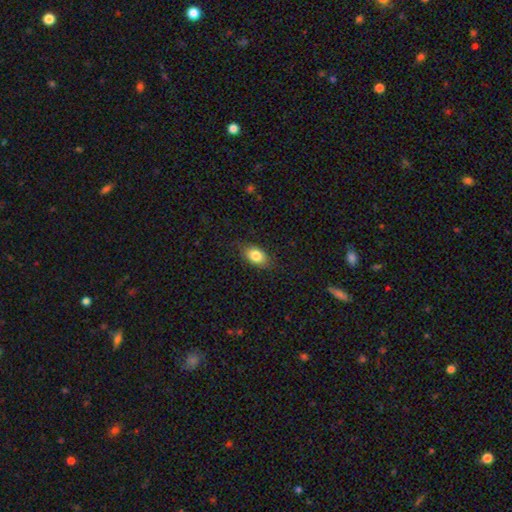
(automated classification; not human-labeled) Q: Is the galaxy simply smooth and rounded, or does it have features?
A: smooth — 83%.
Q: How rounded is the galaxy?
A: in between — 86%.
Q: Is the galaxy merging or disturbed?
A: none — 82%.